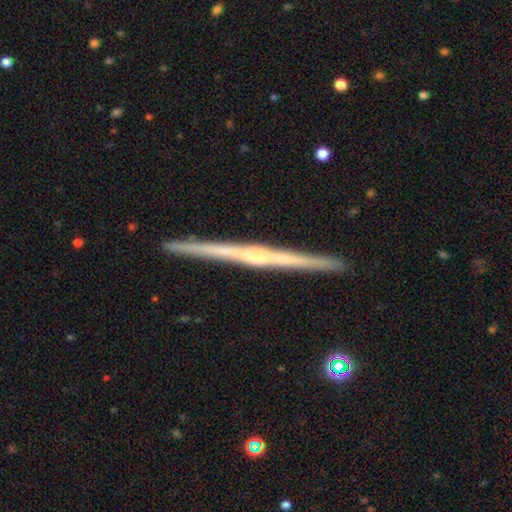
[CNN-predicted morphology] Smooth or featured? Predicted: featured or disk (p=0.84). Edge-on disk? Predicted: yes (p=0.99). Edge-on bulge? Predicted: rounded (p=0.61). Merging? Predicted: none (p=0.93).